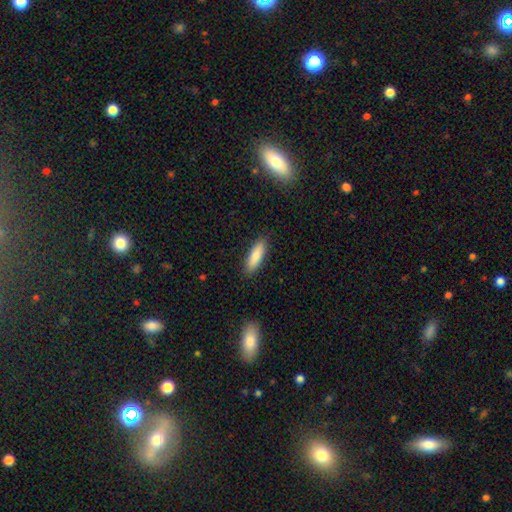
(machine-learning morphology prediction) type=smooth (85%); roundness=cigar-shaped (51%); merging=none (88%).